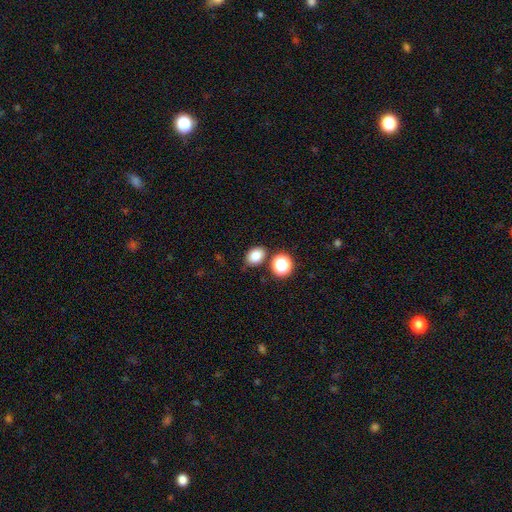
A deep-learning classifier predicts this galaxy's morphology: A smooth galaxy with no disk features (82%) that is in between round and cigar-shaped (68%).

Vote fractions:
- Smooth or featured? smooth: 82% / star or artifact: 12% / featured or disk: 6%
- How rounded? in between: 68% / round: 31% / cigar-shaped: 1%
- Merging? none: 76% / minor disturbance: 12% / merger: 8% / major disturbance: 3%